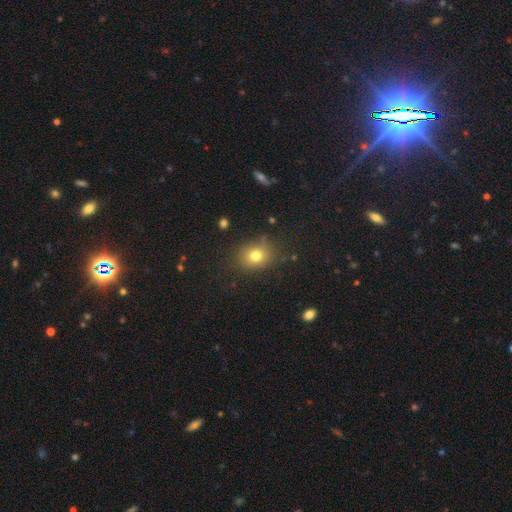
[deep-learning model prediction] Smooth or featured? Predicted: smooth (p=0.77). How rounded? Predicted: round (p=0.57). Merging? Predicted: none (p=0.79).